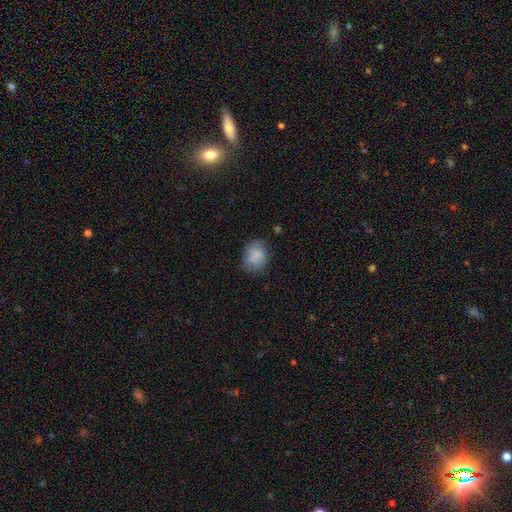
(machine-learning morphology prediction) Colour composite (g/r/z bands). It shows a smooth galaxy with no disk features (83%) that is round (56%). Merging: none (67%).